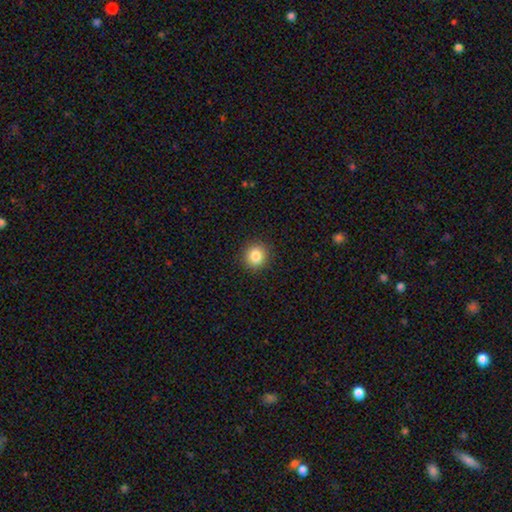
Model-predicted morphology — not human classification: smooth_or_featured: smooth (p=0.84) [alt: star or artifact p=0.10]
how_rounded: round (p=0.90) [alt: in between p=0.09]
merging: none (p=0.91) [alt: minor disturbance p=0.06]